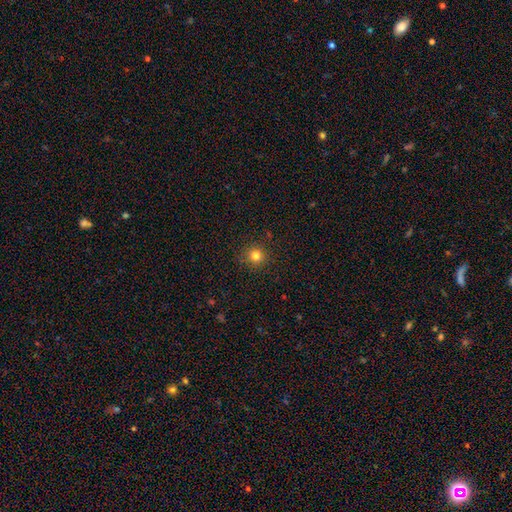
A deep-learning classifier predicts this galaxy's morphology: smooth 80%, star or artifact 14%, featured or disk 6%. Down the decision tree: how rounded — round (94%); merging — none (90%).